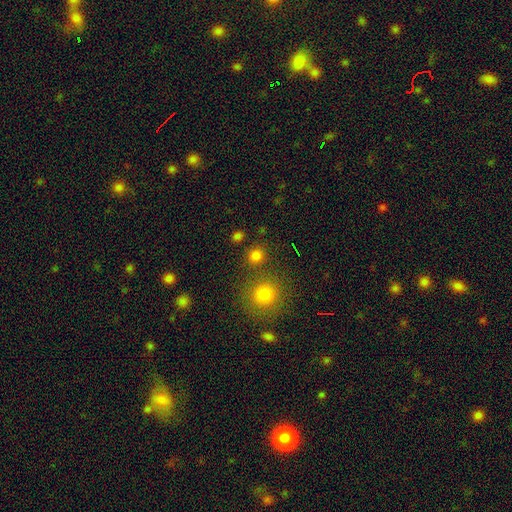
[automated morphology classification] A smooth galaxy with no disk features (78%) that is round (88%).

Vote fractions:
- Smooth or featured? smooth: 78% / star or artifact: 17% / featured or disk: 5%
- How rounded? round: 88% / in between: 11% / cigar-shaped: 1%
- Merging? none: 81% / merger: 9% / minor disturbance: 7% / major disturbance: 3%